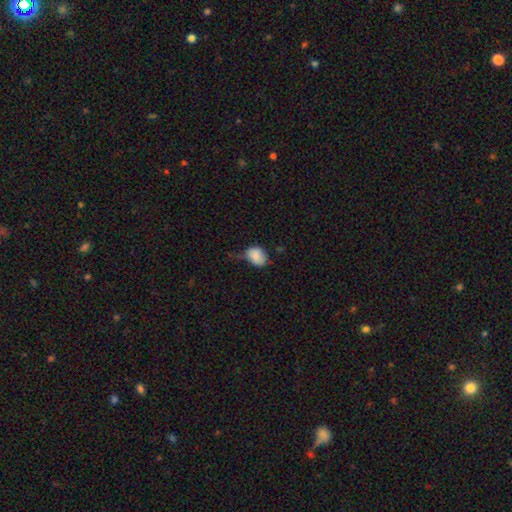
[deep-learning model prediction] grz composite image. It shows a smooth galaxy with no disk features (82%) that is in between round and cigar-shaped (57%). Merging: minor disturbance (43%).